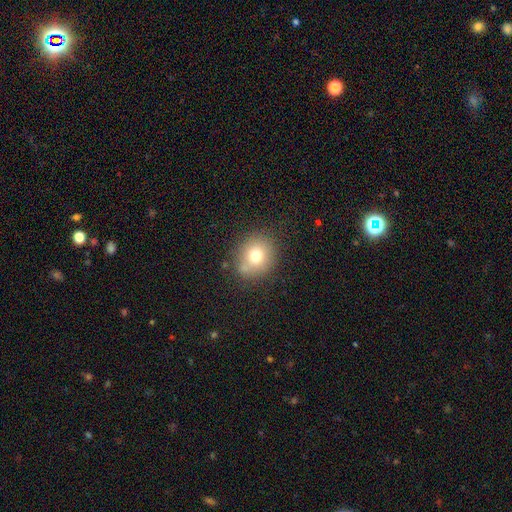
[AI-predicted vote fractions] This is likely a smooth galaxy (73%). How rounded: likely round (73%). Merging: likely none (74%).